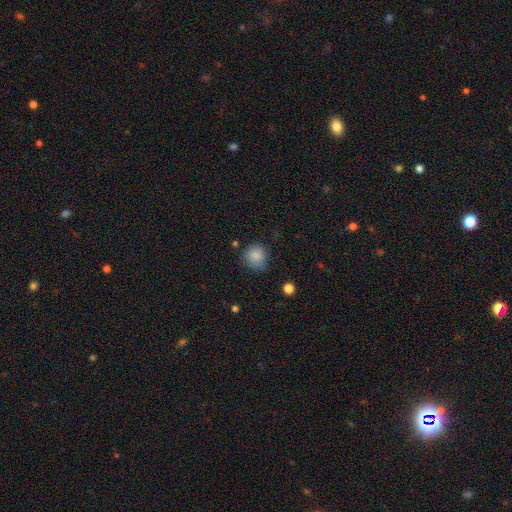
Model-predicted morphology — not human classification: Smooth or featured?
  - smooth: 85% *
  - star or artifact: 9%
  - featured or disk: 5%
How rounded?
  - round: 86% *
  - in between: 13%
  - cigar-shaped: 1%
Merging?
  - none: 77% *
  - minor disturbance: 17%
  - major disturbance: 4%
  - merger: 2%